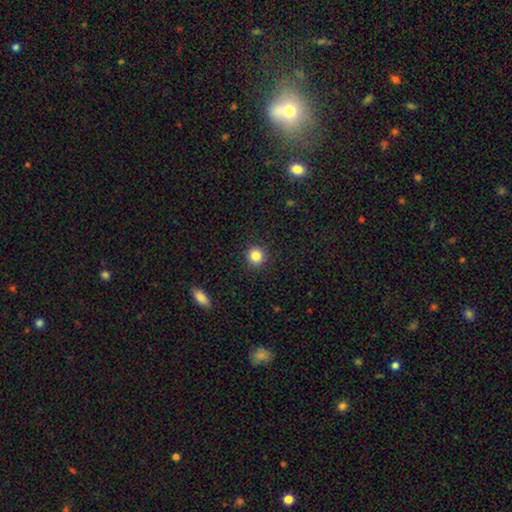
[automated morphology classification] Smooth or featured? Predicted: smooth (p=0.84). How rounded? Predicted: round (p=0.93). Merging? Predicted: none (p=0.92).